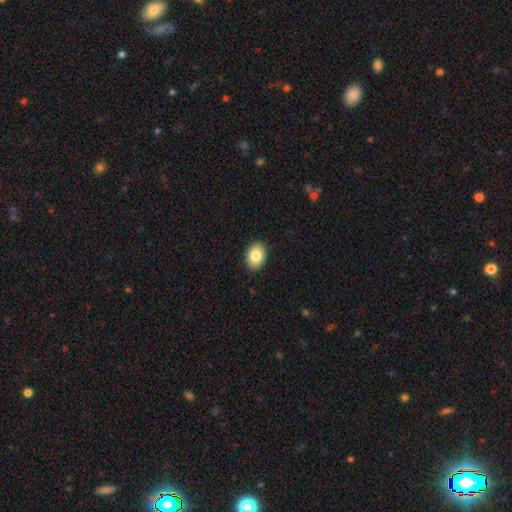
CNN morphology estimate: Smooth or featured? smooth (85%)
How rounded? in between (76%)
Merging? none (90%)